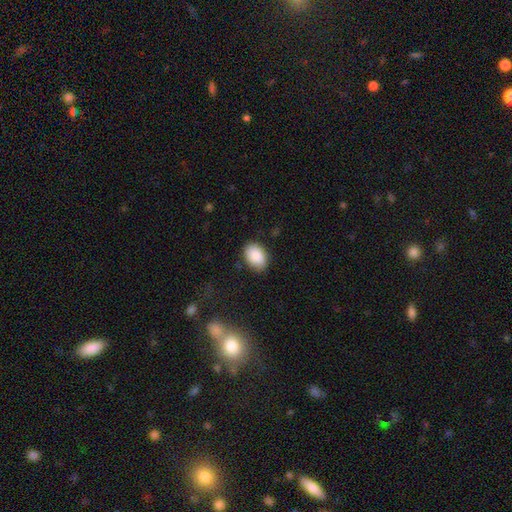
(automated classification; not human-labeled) Smooth or featured? Predicted: smooth (p=0.88). How rounded? Predicted: in between (p=0.82). Merging? Predicted: none (p=0.82).